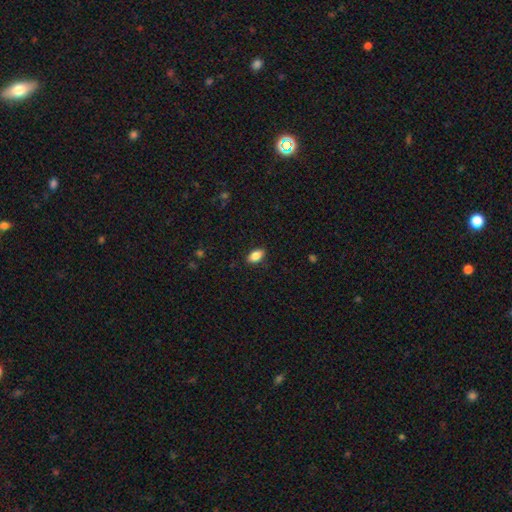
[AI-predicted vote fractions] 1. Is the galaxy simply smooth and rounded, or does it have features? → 86% smooth, 8% star or artifact, 6% featured or disk.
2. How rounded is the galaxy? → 90% in between, 7% round, 3% cigar-shaped.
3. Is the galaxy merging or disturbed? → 87% none, 10% minor disturbance, 2% major disturbance, 1% merger.